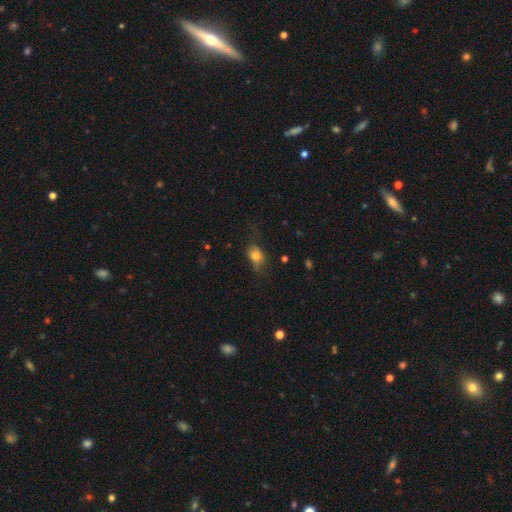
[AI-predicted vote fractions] smooth_or_featured: smooth (p=0.73) [alt: featured or disk p=0.17]
how_rounded: in between (p=0.65) [alt: round p=0.32]
merging: none (p=0.54) [alt: minor disturbance p=0.29]